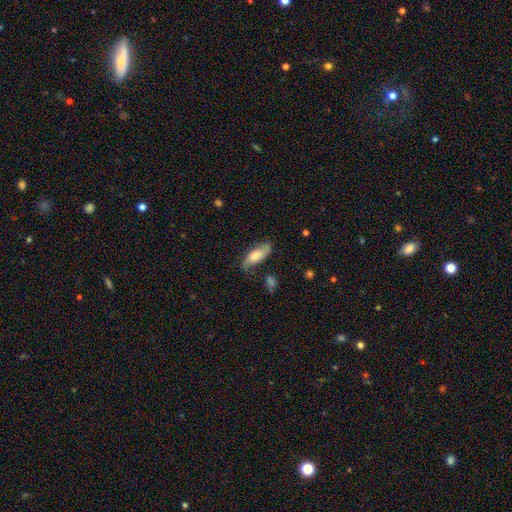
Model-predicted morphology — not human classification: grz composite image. It shows a smooth galaxy with no disk features (60%) that is in between round and cigar-shaped (75%). Merging: none (63%).